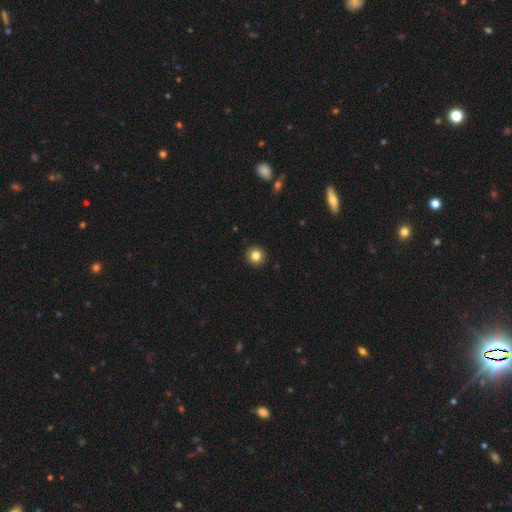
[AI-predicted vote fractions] This appears to be a smooth galaxy with no disk features (83%) that is round (94%). Merging: none (93%).